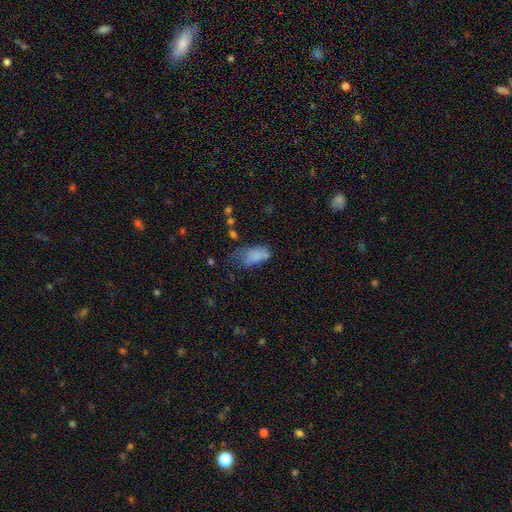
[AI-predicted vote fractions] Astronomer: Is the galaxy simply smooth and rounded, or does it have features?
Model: smooth — 76%.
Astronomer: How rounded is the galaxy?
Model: in between — 91%.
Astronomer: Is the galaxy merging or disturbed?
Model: major disturbance — 35% (runner-up: minor disturbance, 32%).